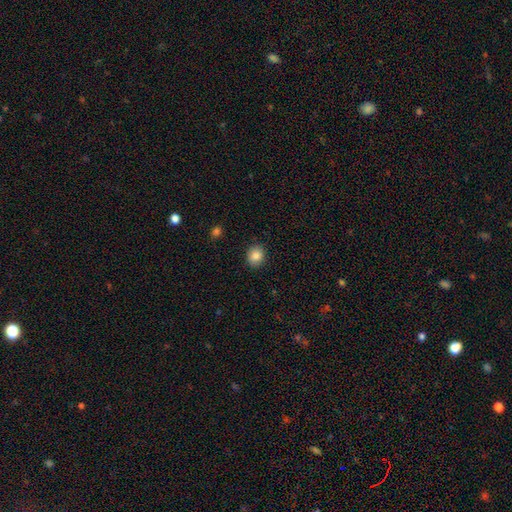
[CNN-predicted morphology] Smooth or featured?
  - smooth: 86% *
  - star or artifact: 9%
  - featured or disk: 5%
How rounded?
  - round: 73% *
  - in between: 26%
  - cigar-shaped: 1%
Merging?
  - none: 90% *
  - minor disturbance: 7%
  - major disturbance: 2%
  - merger: 1%